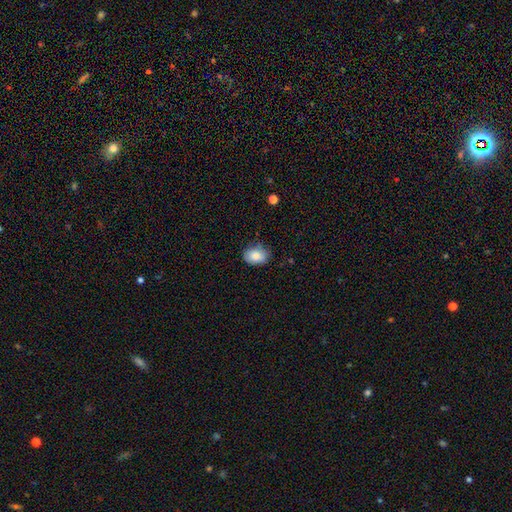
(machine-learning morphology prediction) smooth_or_featured: smooth (p=0.82) [alt: featured or disk p=0.10]
how_rounded: in between (p=0.66) [alt: round p=0.33]
merging: none (p=0.74) [alt: minor disturbance p=0.21]